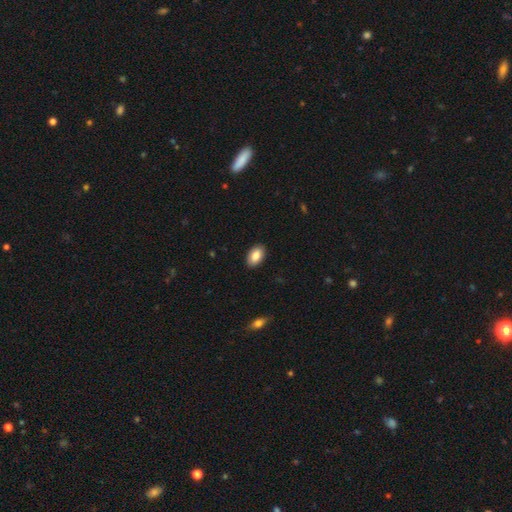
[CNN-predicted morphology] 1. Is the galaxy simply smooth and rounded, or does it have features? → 85% smooth, 8% featured or disk, 7% star or artifact.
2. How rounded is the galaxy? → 92% in between, 7% round, 1% cigar-shaped.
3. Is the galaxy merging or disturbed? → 91% none, 7% minor disturbance, 2% major disturbance, 1% merger.